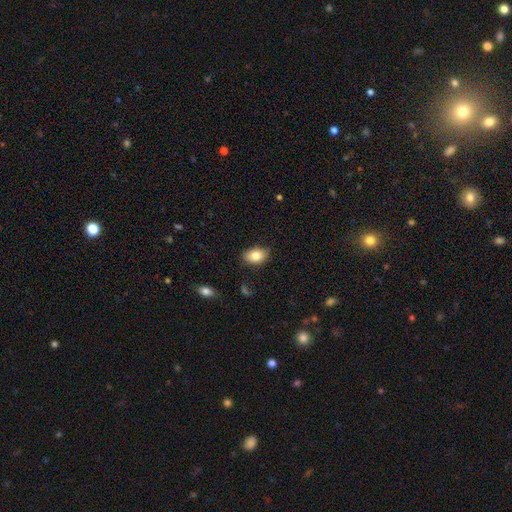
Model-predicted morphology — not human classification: Smooth or featured? smooth (82%)
How rounded? in between (83%)
Merging? none (82%)